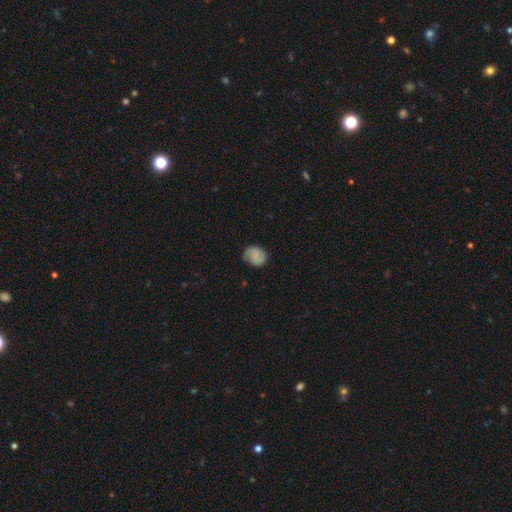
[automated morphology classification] Smooth or featured: smooth — 63% (featured or disk — 28%)
How rounded: round — 63% (in between — 36%)
Merging: none — 71% (minor disturbance — 22%)